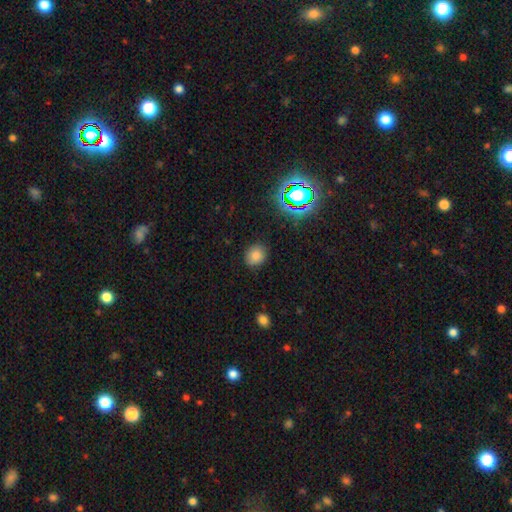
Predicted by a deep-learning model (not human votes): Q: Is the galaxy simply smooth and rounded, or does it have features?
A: smooth — 77%.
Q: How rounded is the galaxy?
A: round — 68%.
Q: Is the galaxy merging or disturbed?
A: none — 86%.